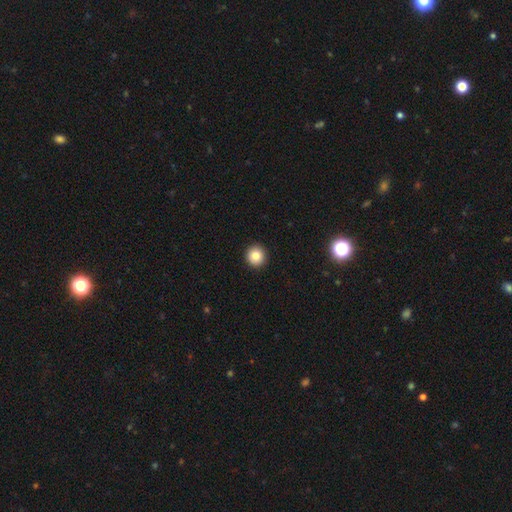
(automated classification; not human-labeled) Overall: smooth (82%). How rounded: round (95%). Merging: none (93%).